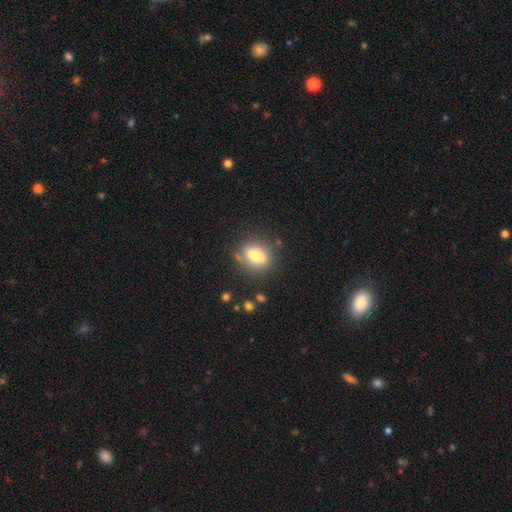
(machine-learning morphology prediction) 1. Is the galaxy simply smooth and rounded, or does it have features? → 71% smooth, 20% featured or disk, 9% star or artifact.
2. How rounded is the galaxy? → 66% in between, 18% round, 16% cigar-shaped.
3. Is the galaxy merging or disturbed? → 74% none, 16% minor disturbance, 6% major disturbance, 4% merger.